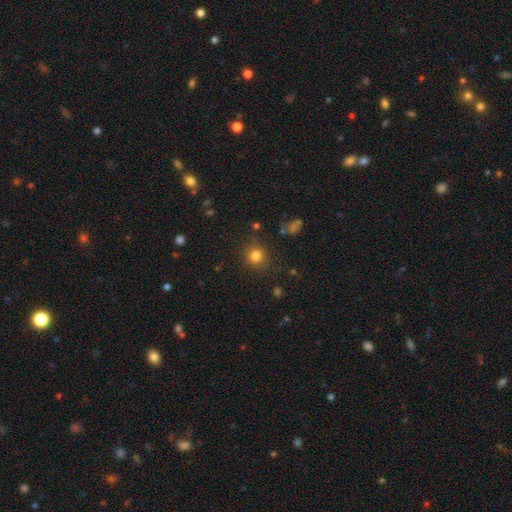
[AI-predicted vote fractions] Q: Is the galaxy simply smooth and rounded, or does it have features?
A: smooth — 80%.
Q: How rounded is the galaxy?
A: round — 89%.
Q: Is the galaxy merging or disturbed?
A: none — 86%.